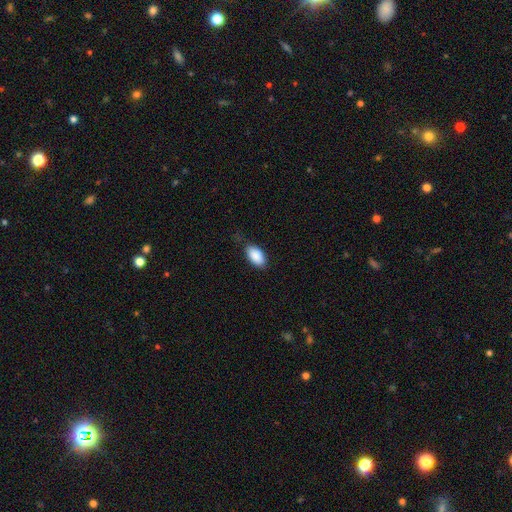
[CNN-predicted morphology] smooth 89%, star or artifact 6%, featured or disk 4%. Down the decision tree: how rounded — in between (94%); merging — none (71%).